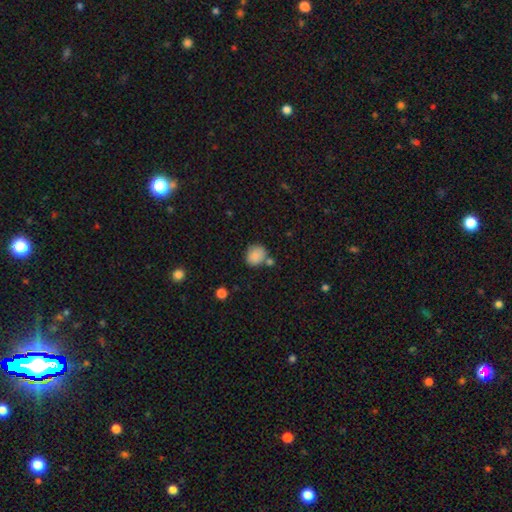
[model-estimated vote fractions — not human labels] The model was most divided on "how rounded": round: 61%, in between: 38%, cigar-shaped: 1%. More confident: smooth or featured — smooth (86%); merging — none (68%).